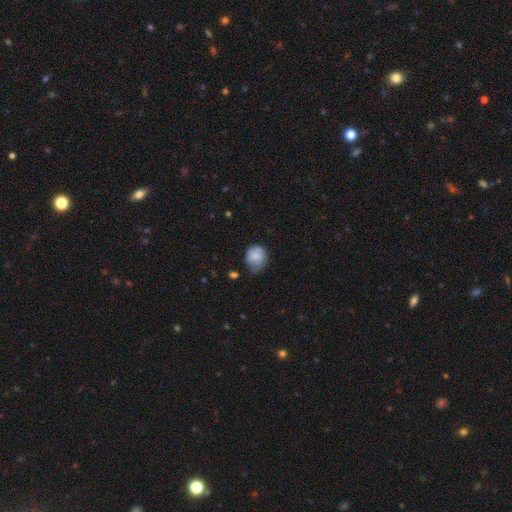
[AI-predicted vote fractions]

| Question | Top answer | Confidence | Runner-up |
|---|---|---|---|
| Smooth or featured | smooth | 75% | featured or disk (18%) |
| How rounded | round | 65% | in between (35%) |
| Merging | none | 48% | minor disturbance (39%) |